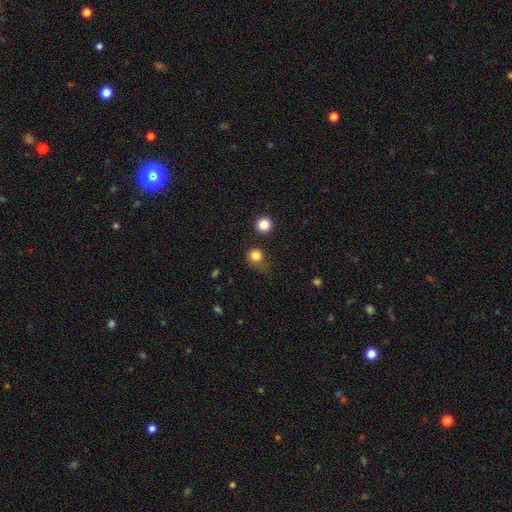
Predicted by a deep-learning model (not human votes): Overall: smooth (82%). How rounded: round (86%). Merging: none (62%; minor disturbance 22%).